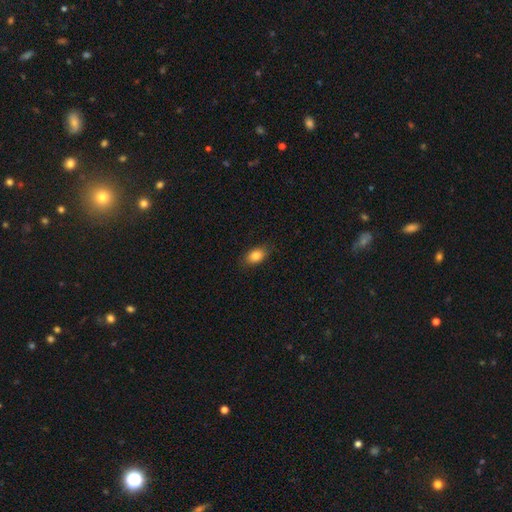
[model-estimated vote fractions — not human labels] The model was most divided on "merging": none: 85%, minor disturbance: 11%, major disturbance: 2%, merger: 1%. More confident: how rounded — in between (86%); smooth or featured — smooth (84%).